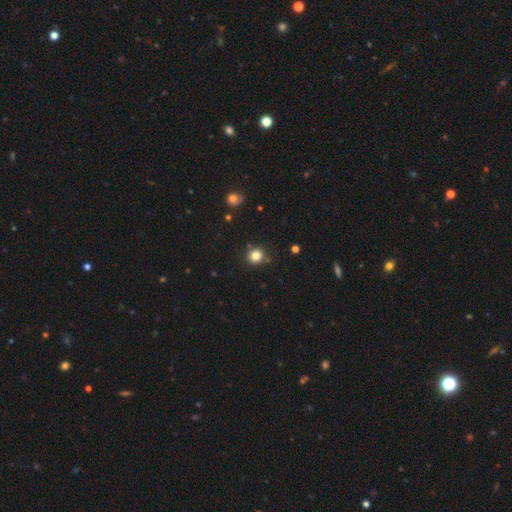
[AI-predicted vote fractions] Smooth or featured? Predicted: smooth (p=0.82). How rounded? Predicted: round (p=0.88). Merging? Predicted: none (p=0.85).